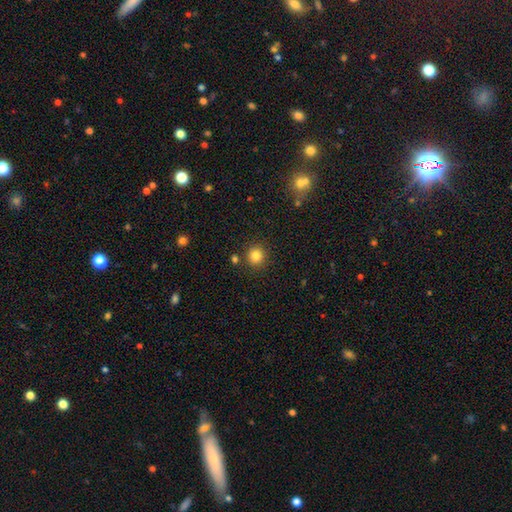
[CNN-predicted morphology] This appears to be a smooth galaxy with no disk features (83%) that is round (92%). Merging: none (86%).